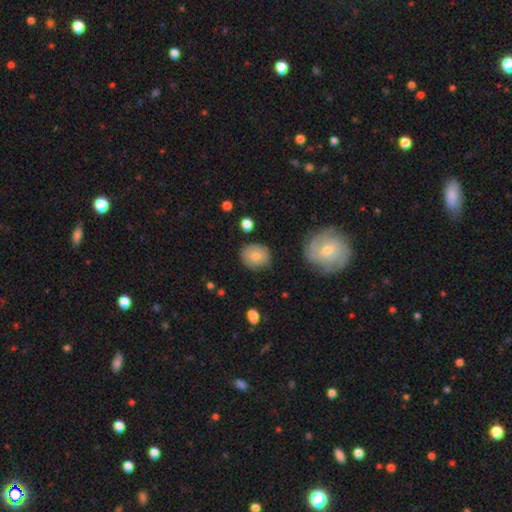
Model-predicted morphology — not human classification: The model was most divided on "how rounded": round: 62%, in between: 37%, cigar-shaped: 1%. More confident: smooth or featured — smooth (79%); merging — none (77%).